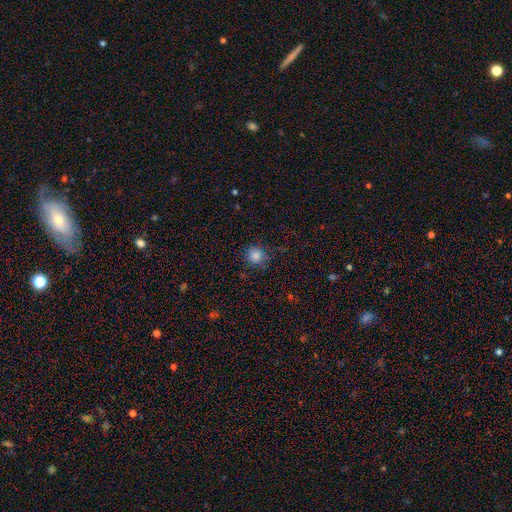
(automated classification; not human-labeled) The model was most divided on "merging": none: 83%, minor disturbance: 12%, major disturbance: 4%, merger: 1%. More confident: how rounded — round (91%); smooth or featured — smooth (84%).